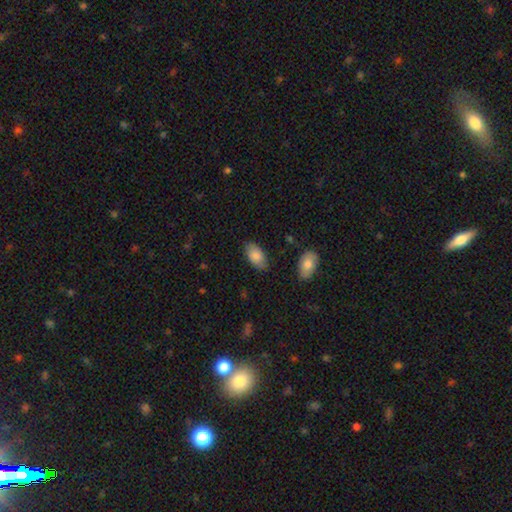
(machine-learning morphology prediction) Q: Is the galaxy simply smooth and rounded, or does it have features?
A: smooth — 83%.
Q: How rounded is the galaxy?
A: in between — 94%.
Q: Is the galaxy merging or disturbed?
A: none — 79%.